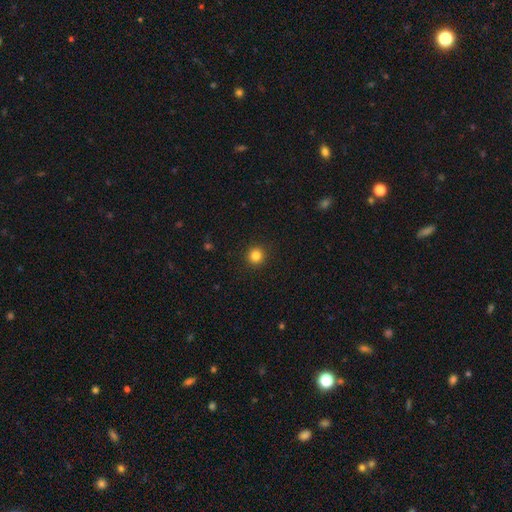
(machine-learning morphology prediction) Q: Smooth or featured?
A: smooth (84%); runner-up: star or artifact (12%)
Q: How rounded?
A: round (94%); runner-up: in between (5%)
Q: Merging?
A: none (92%); runner-up: minor disturbance (5%)